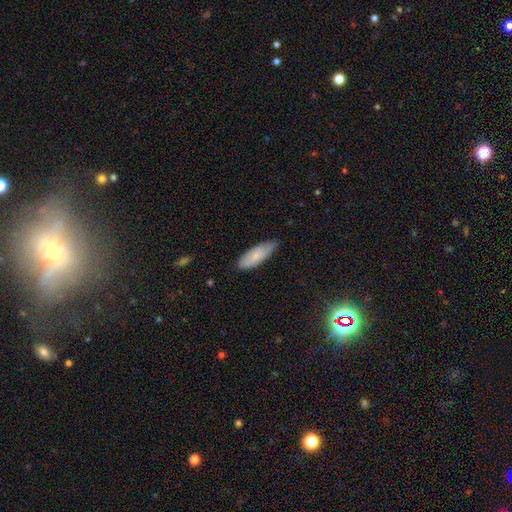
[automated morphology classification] Smooth or featured? smooth (77%)
How rounded? in between (67%)
Merging? none (70%)